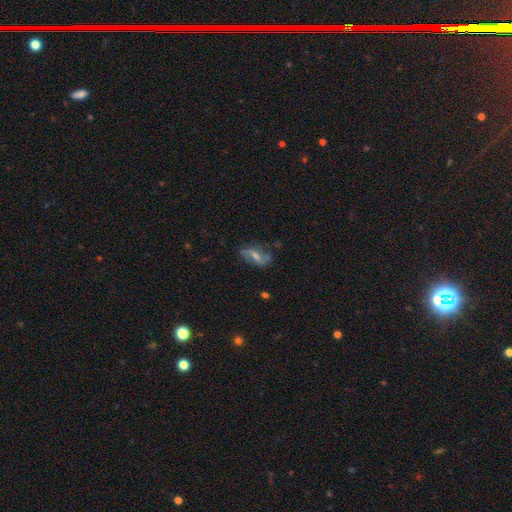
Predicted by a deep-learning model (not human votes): Smooth or featured? Predicted: featured or disk (p=0.66). Edge-on disk? Predicted: no (p=0.90). Bar? Predicted: weak (p=0.44). Spiral arms? Predicted: yes (p=0.82). Bulge size? Predicted: moderate (p=0.46). Merging? Predicted: none (p=0.67).